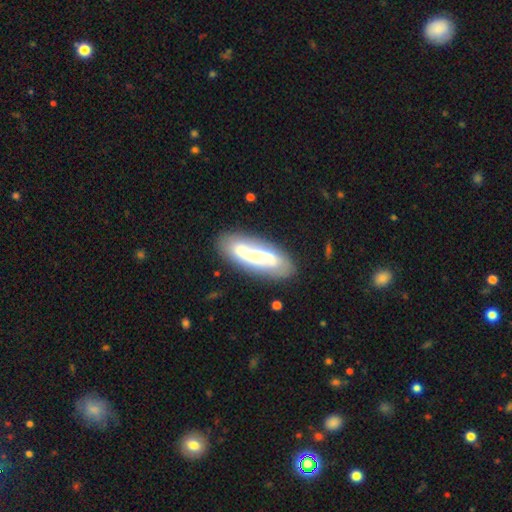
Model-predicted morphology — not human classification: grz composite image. It shows a featured or disk galaxy (66%) with a weak bar (38%), spiral arms (84%) and a small central bulge (43%). Merging: none (79%).